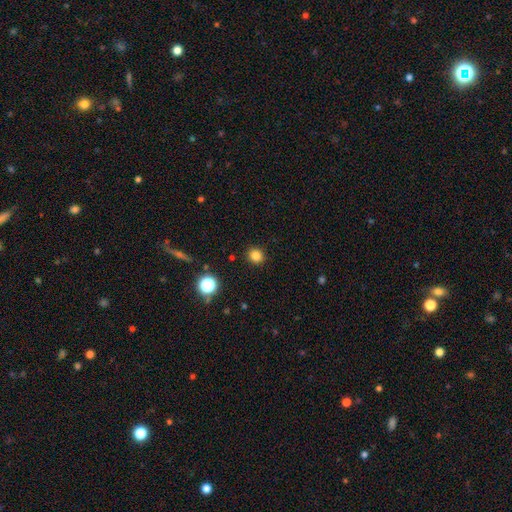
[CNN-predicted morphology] A smooth galaxy with no disk features (83%) that is round (87%). Merging: none (91%).